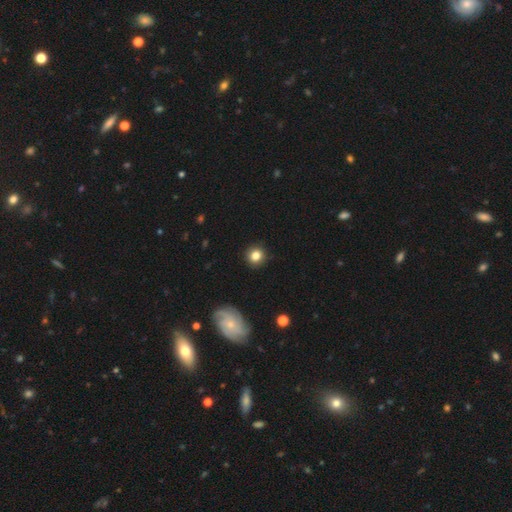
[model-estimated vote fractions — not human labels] A smooth galaxy with no disk features (82%) that is round (92%). Merging: none (90%).